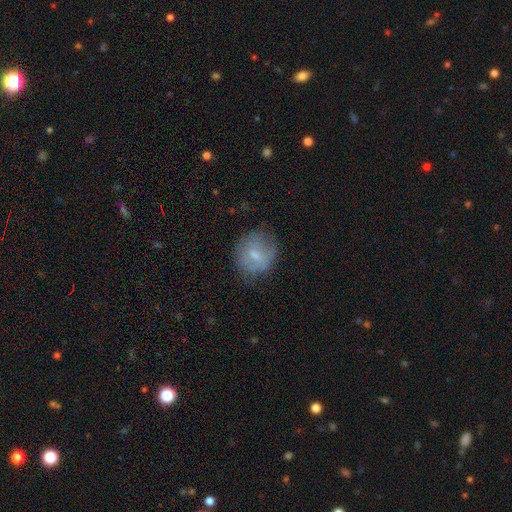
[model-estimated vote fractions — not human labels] smooth-or-featured: smooth: 61% | featured or disk: 31% | star or artifact: 8%
  how-rounded: round: 73% | in between: 26% | cigar-shaped: 1%
  merging: none: 63% | minor disturbance: 26% | major disturbance: 10% | merger: 1%